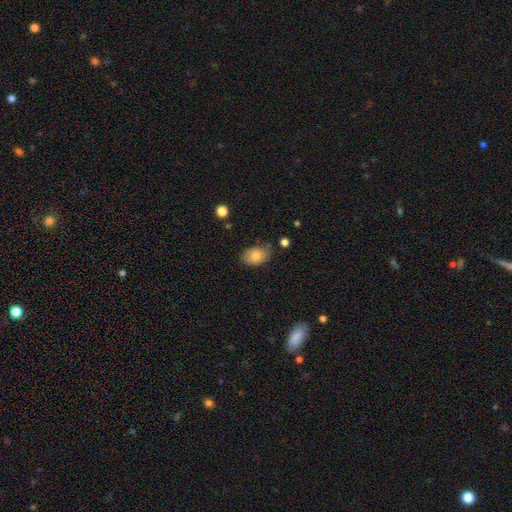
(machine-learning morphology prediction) This is likely a smooth galaxy (79%). How rounded: clearly in between (82%). Merging: likely none (72%).